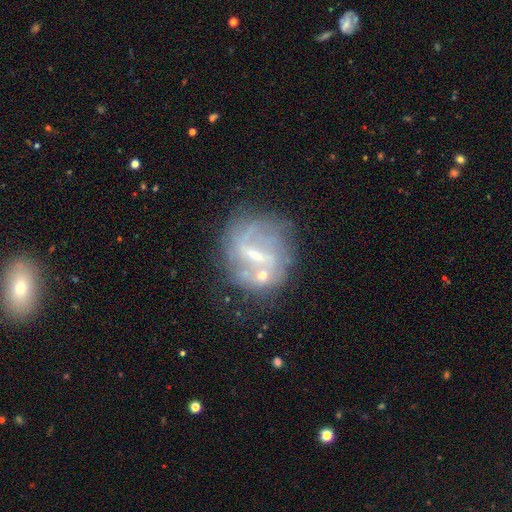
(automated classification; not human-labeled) A featured or disk galaxy (70%) with a weak bar (43%), spiral arms (60%) and a small central bulge (55%). Merging: none (50%).